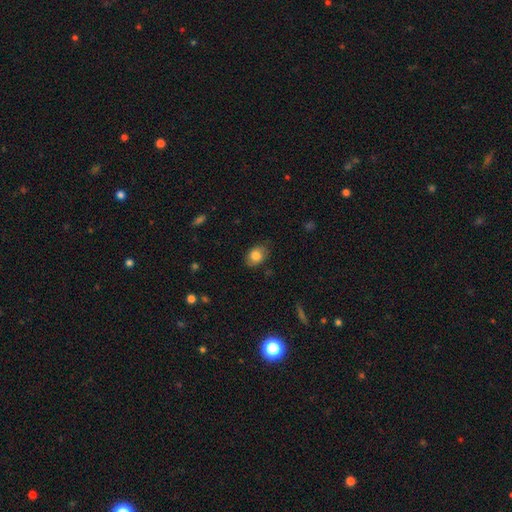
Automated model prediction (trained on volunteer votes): A smooth galaxy with no disk features (82%) that is in between round and cigar-shaped (72%).

Vote fractions:
- Smooth or featured? smooth: 82% / featured or disk: 10% / star or artifact: 8%
- How rounded? in between: 72% / round: 27% / cigar-shaped: 1%
- Merging? none: 78% / minor disturbance: 18% / major disturbance: 4% / merger: 1%